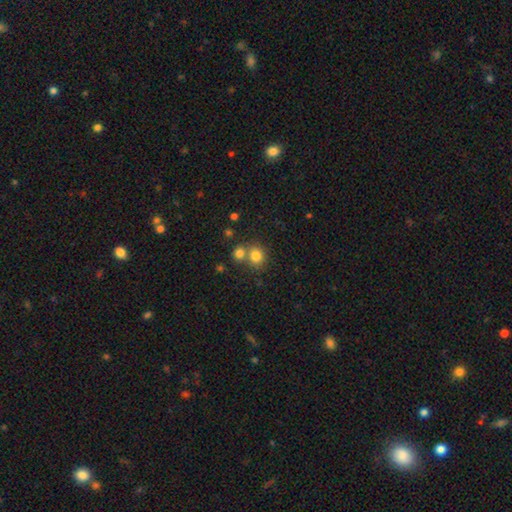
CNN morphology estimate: Smooth or featured? Predicted: smooth (p=0.81). How rounded? Predicted: round (p=0.80). Merging? Predicted: none (p=0.54).